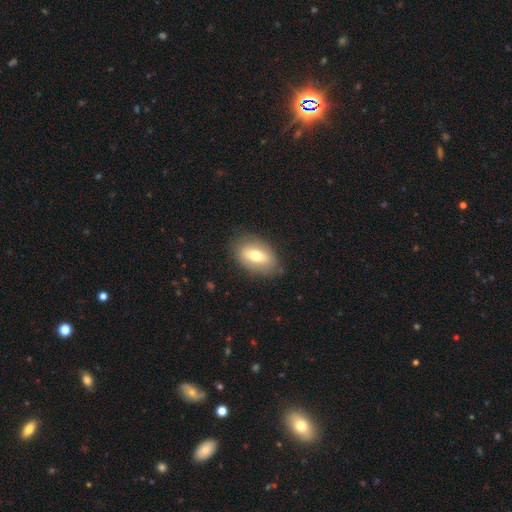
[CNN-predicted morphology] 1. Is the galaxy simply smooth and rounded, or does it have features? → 68% smooth, 24% featured or disk, 8% star or artifact.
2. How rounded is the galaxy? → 88% in between, 10% round, 2% cigar-shaped.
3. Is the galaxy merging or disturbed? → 80% none, 15% minor disturbance, 4% major disturbance, 1% merger.